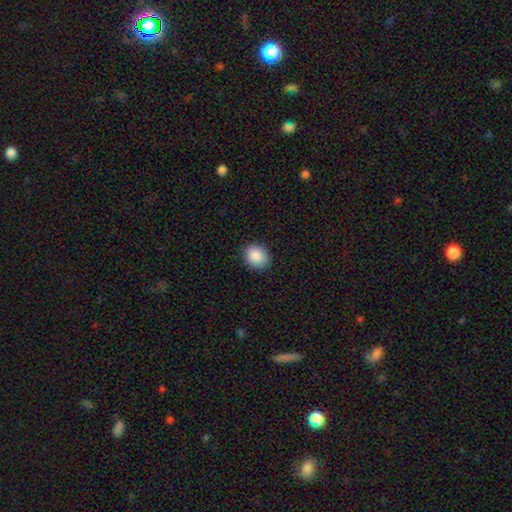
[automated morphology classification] Overall: smooth (88%). How rounded: round (64%; in between 35%). Merging: none (88%).